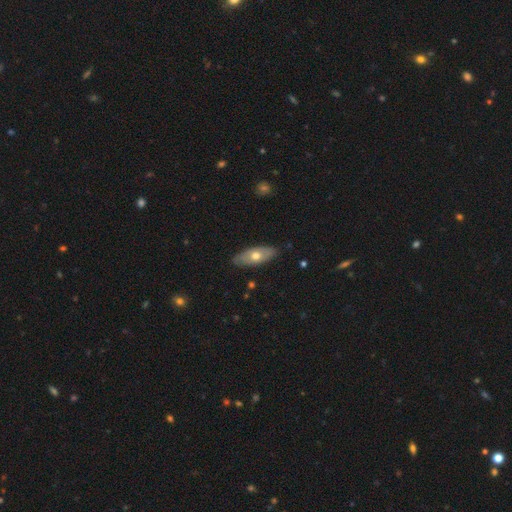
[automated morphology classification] Smooth or featured: smooth — 55% (featured or disk — 39%)
How rounded: in between — 80% (cigar-shaped — 17%)
Merging: none — 85% (minor disturbance — 12%)